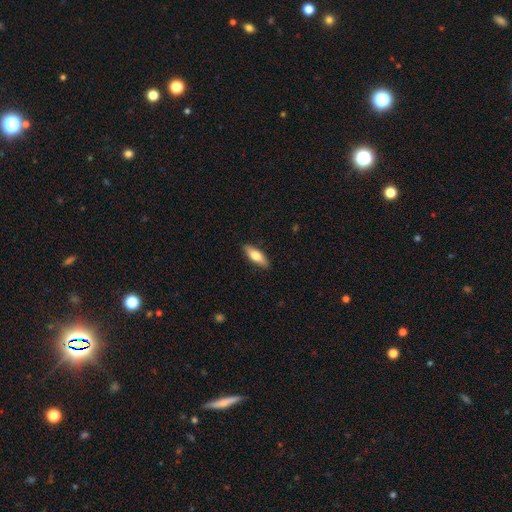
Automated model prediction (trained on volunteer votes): A smooth galaxy with no disk features (69%) that is in between round and cigar-shaped (59%).

Vote fractions:
- Smooth or featured? smooth: 69% / featured or disk: 25% / star or artifact: 6%
- How rounded? in between: 59% / cigar-shaped: 39% / round: 2%
- Merging? none: 88% / minor disturbance: 9% / major disturbance: 2% / merger: 1%